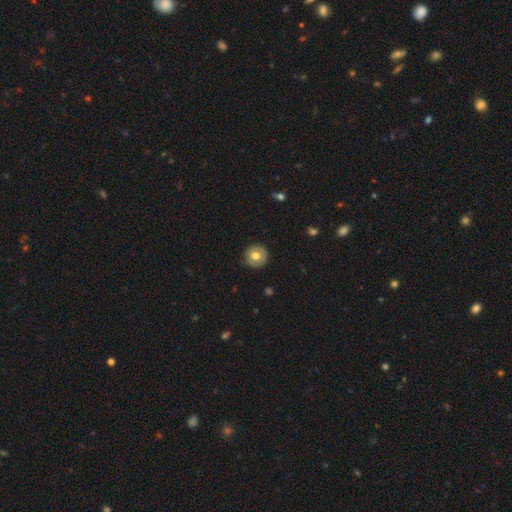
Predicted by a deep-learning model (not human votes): Morphology: type=smooth (71%); roundness=round (94%); merging=none (88%).